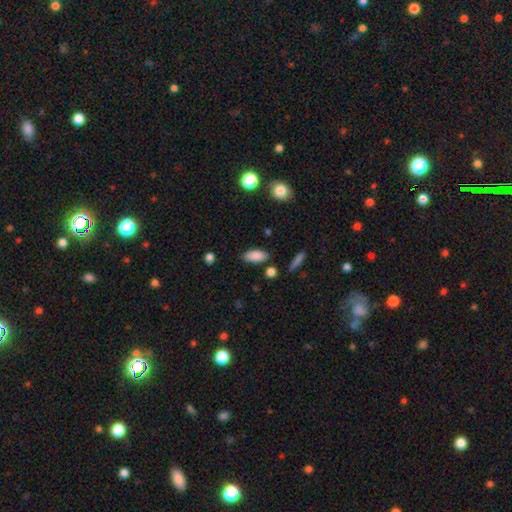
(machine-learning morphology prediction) Q: Smooth or featured?
A: smooth (86%); runner-up: star or artifact (7%)
Q: How rounded?
A: in between (89%); runner-up: cigar-shaped (9%)
Q: Merging?
A: none (82%); runner-up: minor disturbance (12%)